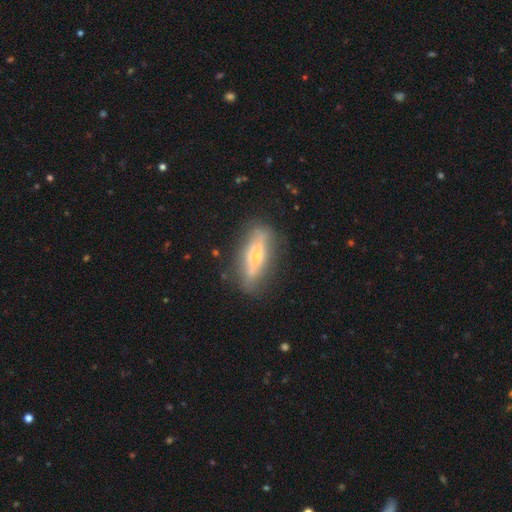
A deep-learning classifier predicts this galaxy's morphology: The model was most divided on "smooth or featured": featured or disk: 55%, smooth: 38%, star or artifact: 7%. More confident: merging — none (72%); edge-on disk — yes (61%).